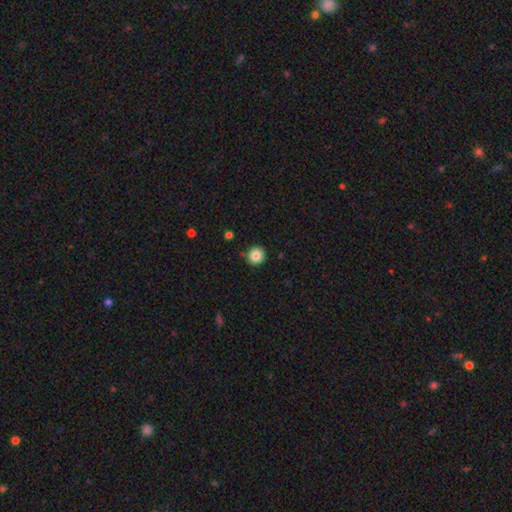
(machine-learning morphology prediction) type=smooth (85%); roundness=round (93%); merging=none (88%).